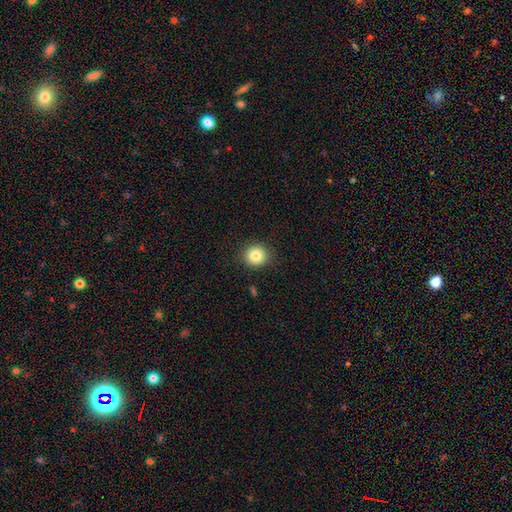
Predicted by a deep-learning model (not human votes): Smooth or featured? smooth (84%)
How rounded? round (89%)
Merging? none (89%)